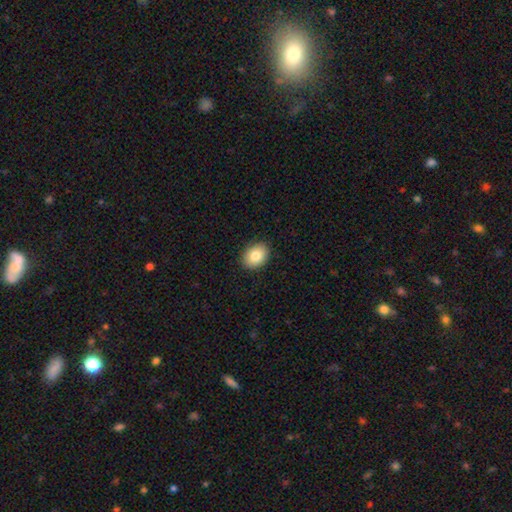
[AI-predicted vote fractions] A smooth galaxy with no disk features (83%) that is in between round and cigar-shaped (66%). Merging: none (90%).